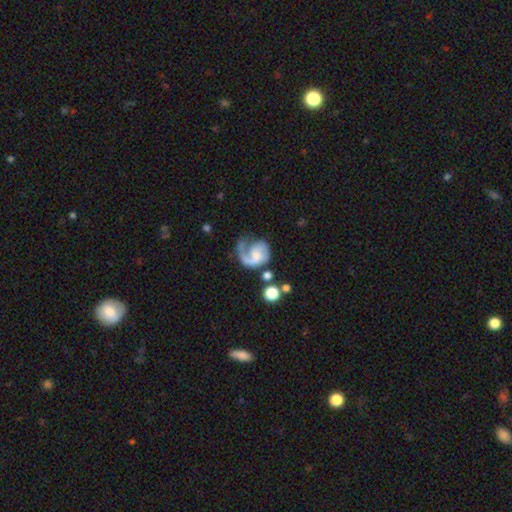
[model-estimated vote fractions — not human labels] A featured or disk galaxy (80%) with no bar (60%), 1 (59%) medium (43%) spiral arms (95%) and a small central bulge (37%). Merging: none (42%).